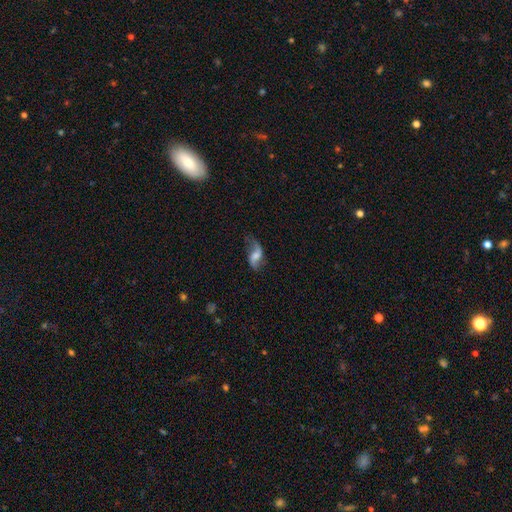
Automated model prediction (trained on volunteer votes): smooth-or-featured: featured or disk: 75% | smooth: 17% | star or artifact: 8%
  disk-edge-on: no: 96% | yes: 4%
    bar: weak: 45% | no: 37% | strong: 18%
    has-spiral-arms: yes: 93% | no: 7%
      spiral-winding: loose: 85% | medium: 12% | tight: 3%
      spiral-arm-count: 2: 89% | 1: 6% | can't tell: 3% | 3: 1% | 4: 1% | more than 4: 1%
    bulge-size: moderate: 37% | small: 32% | none: 20% | large: 10% | dominant: 2%
  merging: none: 65% | minor disturbance: 20% | major disturbance: 13% | merger: 2%